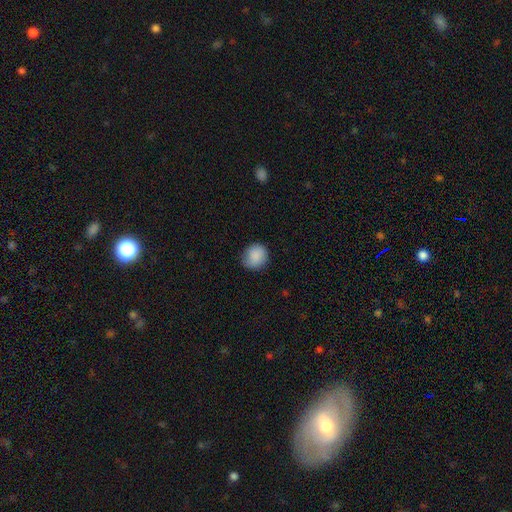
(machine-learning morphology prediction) smooth_or_featured: smooth (p=0.88) [alt: star or artifact p=0.08]
how_rounded: round (p=0.84) [alt: in between p=0.15]
merging: none (p=0.78) [alt: minor disturbance p=0.18]